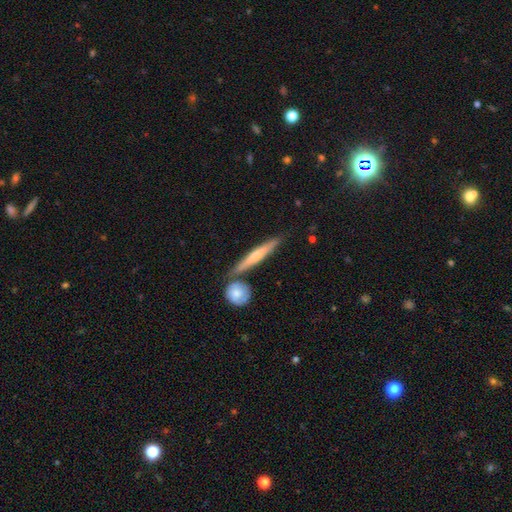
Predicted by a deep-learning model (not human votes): smooth-or-featured: smooth: 48% | featured or disk: 47% | star or artifact: 5%
  merging: none: 76% | merger: 11% | minor disturbance: 11% | major disturbance: 3%